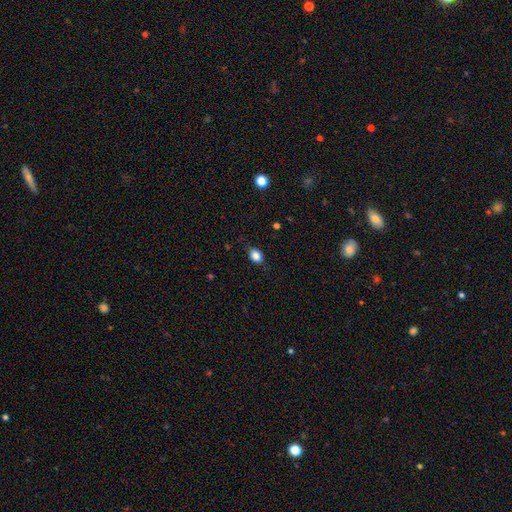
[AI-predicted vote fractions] smooth_or_featured: smooth (p=0.85) [alt: star or artifact p=0.10]
how_rounded: in between (p=0.70) [alt: round p=0.29]
merging: none (p=0.80) [alt: minor disturbance p=0.15]